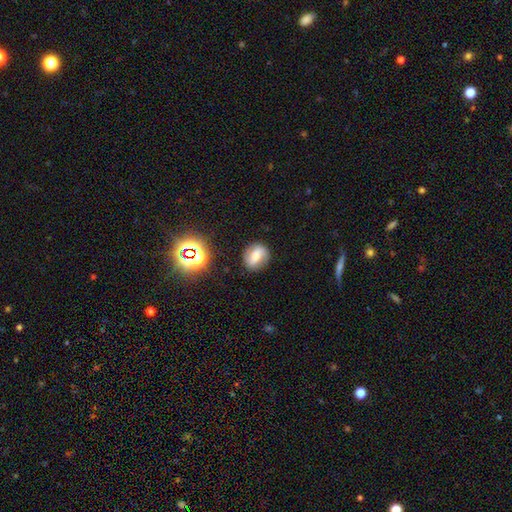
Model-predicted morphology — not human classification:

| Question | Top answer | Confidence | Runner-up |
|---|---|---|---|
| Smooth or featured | featured or disk | 44% | smooth (43%) |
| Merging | none | 83% | minor disturbance (11%) |